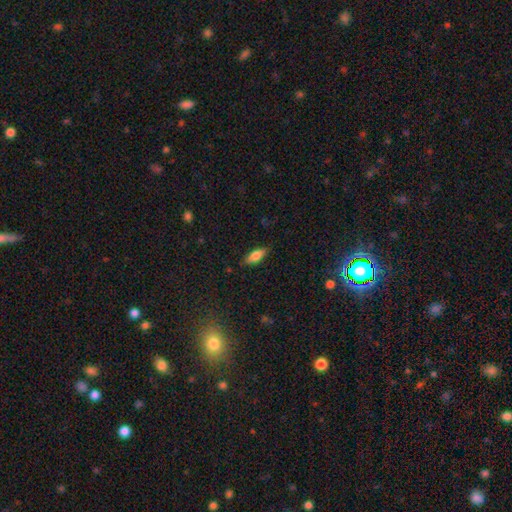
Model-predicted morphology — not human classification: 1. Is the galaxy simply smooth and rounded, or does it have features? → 75% smooth, 18% featured or disk, 7% star or artifact.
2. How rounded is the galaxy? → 73% in between, 24% cigar-shaped, 2% round.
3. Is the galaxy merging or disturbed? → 85% none, 12% minor disturbance, 2% major disturbance, 1% merger.